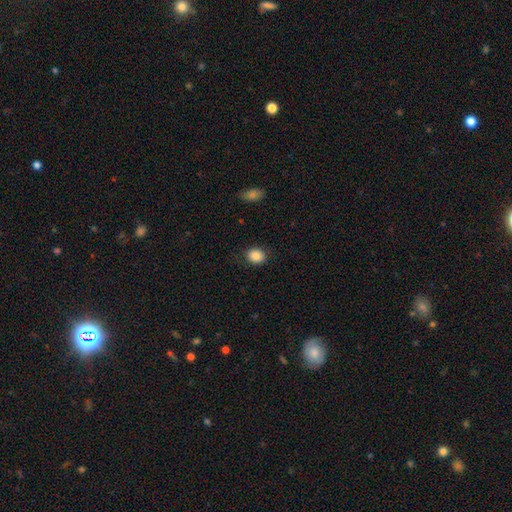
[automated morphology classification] type=smooth (87%); roundness=round (59%); merging=none (85%).